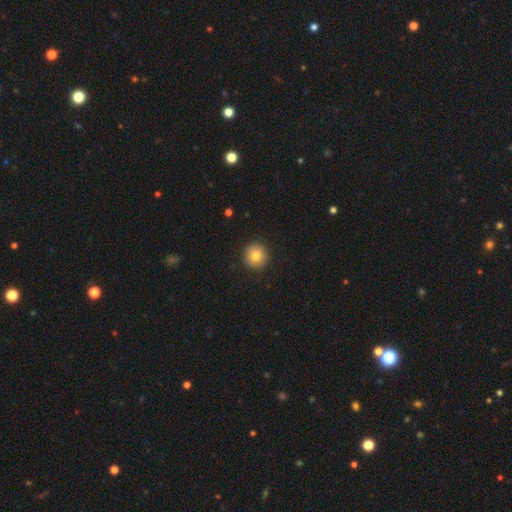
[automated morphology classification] This appears to be a smooth galaxy with no disk features (80%) that is round (96%). Merging: none (93%).